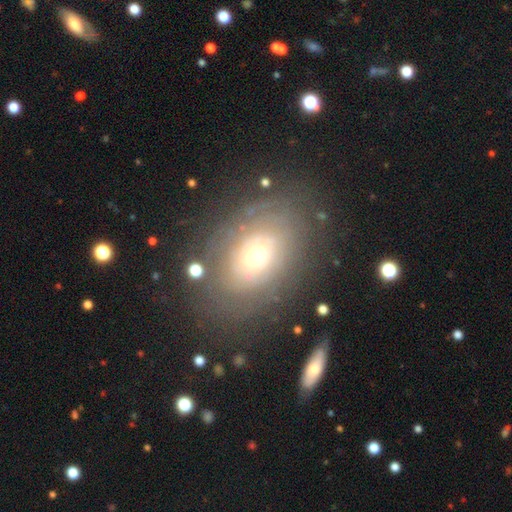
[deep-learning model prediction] Smooth or featured: featured or disk — 58% (smooth — 32%)
Edge-on disk: no — 94% (yes — 6%)
Bar: no — 86% (weak — 11%)
Spiral arms: yes — 58% (no — 42%)
Bulge size: small — 50% (moderate — 40%)
Merging: none — 73% (minor disturbance — 16%)